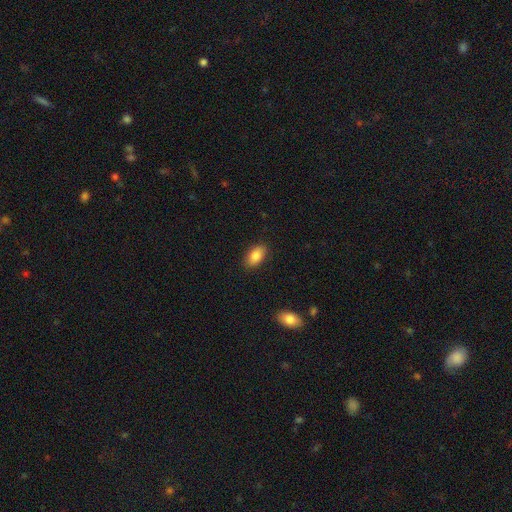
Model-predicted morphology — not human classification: A smooth galaxy with no disk features (84%) that is in between round and cigar-shaped (91%).

Vote fractions:
- Smooth or featured? smooth: 84% / featured or disk: 9% / star or artifact: 7%
- How rounded? in between: 91% / round: 5% / cigar-shaped: 3%
- Merging? none: 87% / minor disturbance: 9% / major disturbance: 2% / merger: 1%